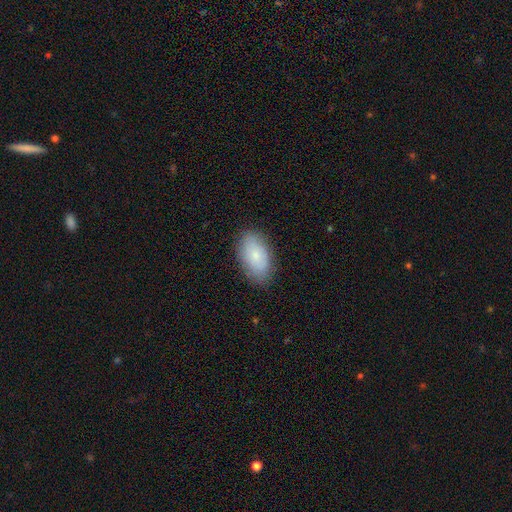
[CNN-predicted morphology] smooth-or-featured: smooth: 79% | featured or disk: 14% | star or artifact: 7%
  how-rounded: in between: 94% | round: 4% | cigar-shaped: 2%
  merging: none: 84% | minor disturbance: 12% | major disturbance: 3% | merger: 1%